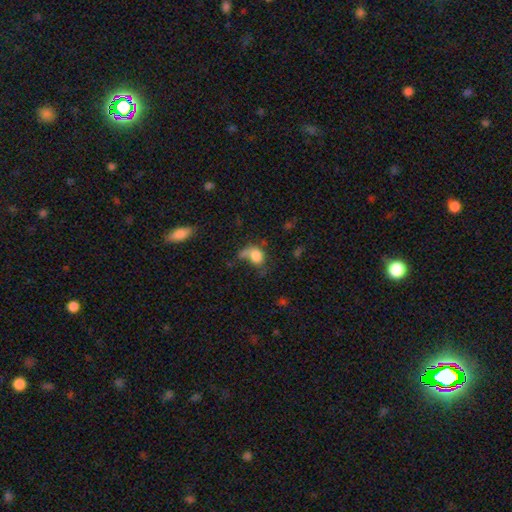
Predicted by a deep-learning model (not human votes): A smooth galaxy with no disk features (72%) that is in between round and cigar-shaped (50%).

Vote fractions:
- Smooth or featured? smooth: 72% / featured or disk: 17% / star or artifact: 10%
- How rounded? in between: 50% / round: 48% / cigar-shaped: 2%
- Merging? major disturbance: 35% / none: 28% / minor disturbance: 21% / merger: 16%